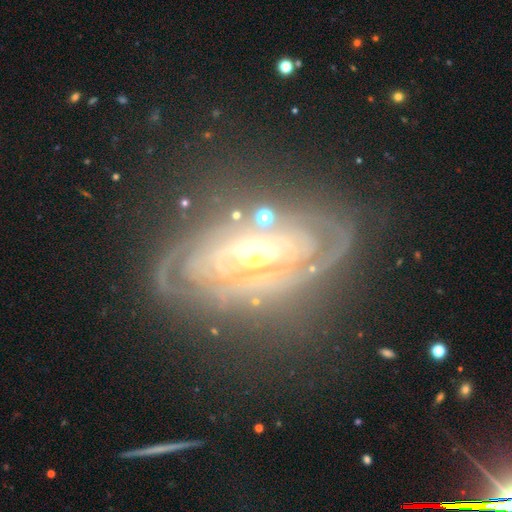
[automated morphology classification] smooth-or-featured: featured or disk: 84% | smooth: 8% | star or artifact: 8%
  disk-edge-on: no: 88% | yes: 12%
    bar: no: 63% | weak: 24% | strong: 13%
    has-spiral-arms: yes: 86% | no: 14%
      spiral-winding: tight: 74% | medium: 20% | loose: 6%
      spiral-arm-count: can't tell: 42% | 2: 23% | 3: 13% | 4: 7% | 1: 7% | more than 4: 7%
    bulge-size: moderate: 62% | small: 22% | large: 12% | dominant: 2% | none: 2%
  merging: none: 71% | minor disturbance: 17% | major disturbance: 9% | merger: 2%